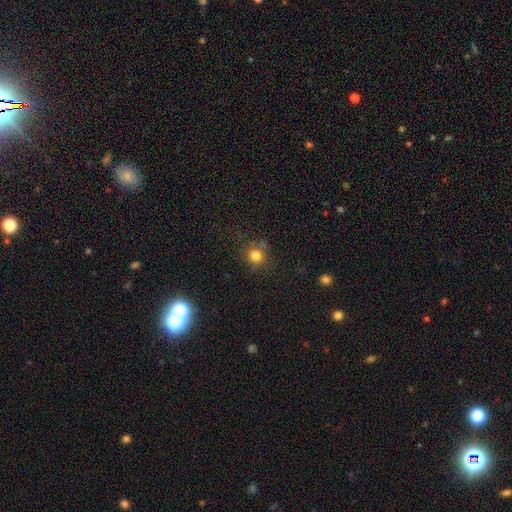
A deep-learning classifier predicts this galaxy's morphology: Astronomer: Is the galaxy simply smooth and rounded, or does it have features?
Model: smooth — 80%.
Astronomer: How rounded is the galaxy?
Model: round — 88%.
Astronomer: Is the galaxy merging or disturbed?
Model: none — 77%.